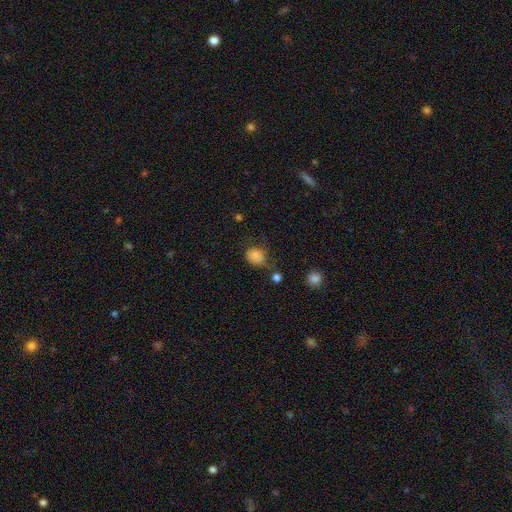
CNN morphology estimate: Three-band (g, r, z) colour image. It shows a smooth galaxy with no disk features (81%) that is round (62%). Merging: none (50%).